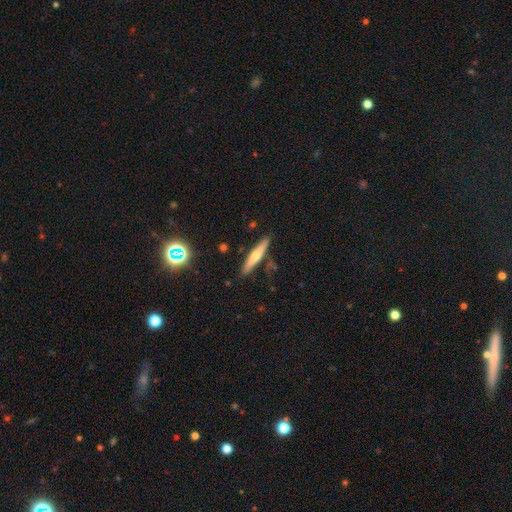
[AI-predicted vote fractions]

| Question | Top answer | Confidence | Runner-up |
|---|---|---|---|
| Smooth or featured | featured or disk | 50% | smooth (43%) |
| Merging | none | 82% | minor disturbance (11%) |